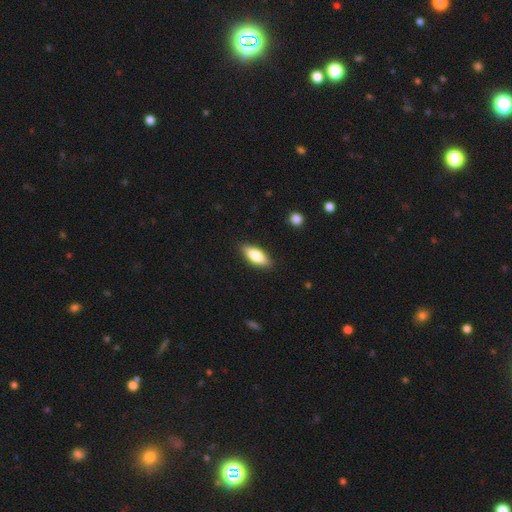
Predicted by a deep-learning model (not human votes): Smooth or featured? Predicted: smooth (p=0.73). How rounded? Predicted: in between (p=0.70). Merging? Predicted: none (p=0.88).